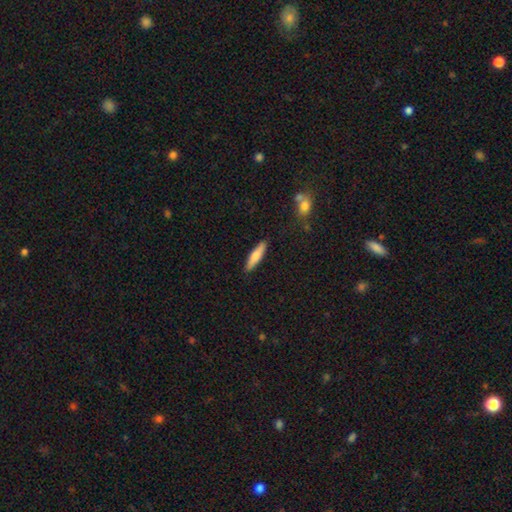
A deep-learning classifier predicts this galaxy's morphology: Smooth or featured? smooth (72%)
How rounded? cigar-shaped (77%)
Merging? none (89%)